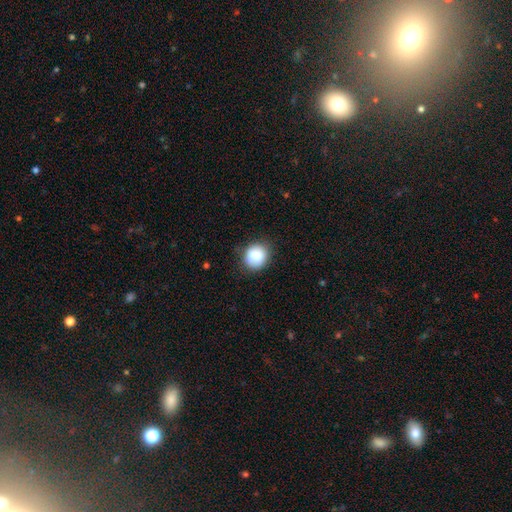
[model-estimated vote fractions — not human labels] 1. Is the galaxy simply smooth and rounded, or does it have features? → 87% smooth, 8% star or artifact, 5% featured or disk.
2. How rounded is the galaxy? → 75% round, 24% in between, 1% cigar-shaped.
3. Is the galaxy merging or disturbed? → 80% none, 16% minor disturbance, 4% major disturbance, 1% merger.